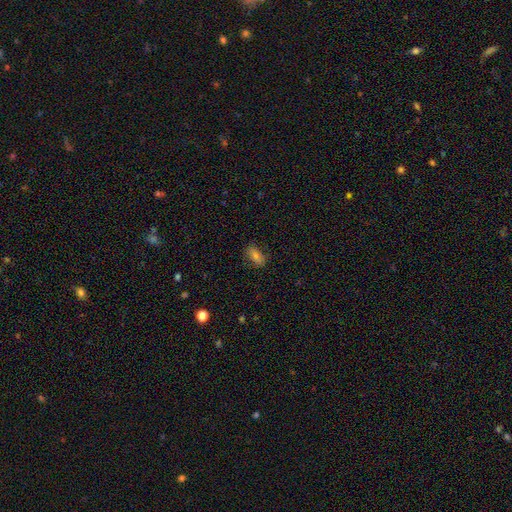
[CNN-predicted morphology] Q: Smooth or featured?
A: smooth (66%); runner-up: featured or disk (18%)
Q: How rounded?
A: in between (84%); runner-up: round (10%)
Q: Merging?
A: none (82%); runner-up: minor disturbance (13%)